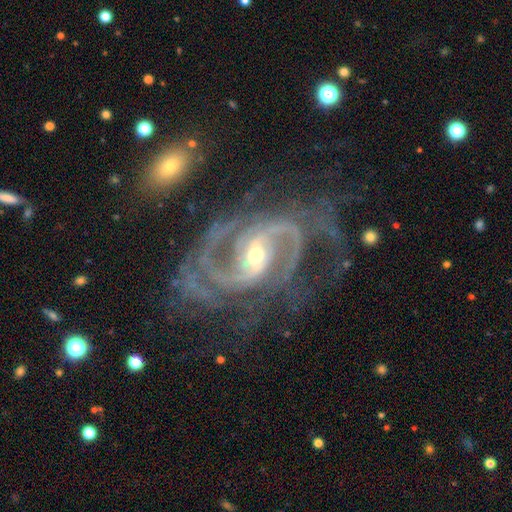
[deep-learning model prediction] A featured or disk galaxy (93%) with a weak bar (42%), 2 (65%) medium (56%) spiral arms (98%) and a small central bulge (55%).

Vote fractions:
- Smooth or featured? featured or disk: 93% / star or artifact: 5% / smooth: 2%
- Edge-on disk? no: 98% / yes: 2%
- Bar? weak: 42% / strong: 33% / no: 24%
- Spiral arms? yes: 98% / no: 2%
- Spiral winding? medium: 56% / tight: 27% / loose: 16%
- Spiral arm count? 2: 65% / 3: 14% / can't tell: 7% / 4: 5% / 1: 4% / more than 4: 4%
- Bulge size? small: 55% / moderate: 41% / large: 2% / none: 1% / dominant: 1%
- Merging? none: 56% / major disturbance: 22% / minor disturbance: 19% / merger: 3%